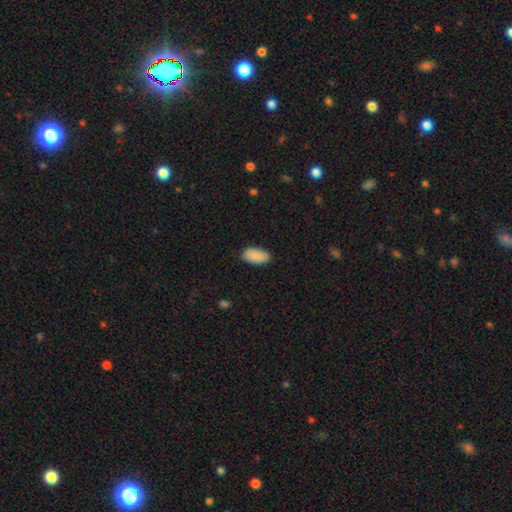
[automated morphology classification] Smooth or featured: smooth — 90% (star or artifact — 6%)
How rounded: in between — 95% (cigar-shaped — 3%)
Merging: none — 87% (minor disturbance — 10%)